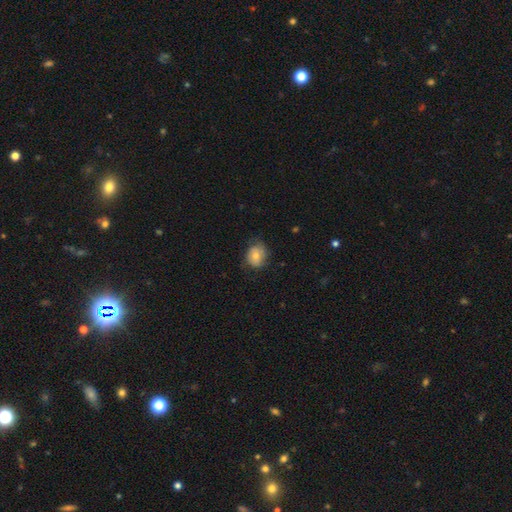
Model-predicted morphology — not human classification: Smooth or featured? smooth (75%)
How rounded? round (58%)
Merging? none (67%)